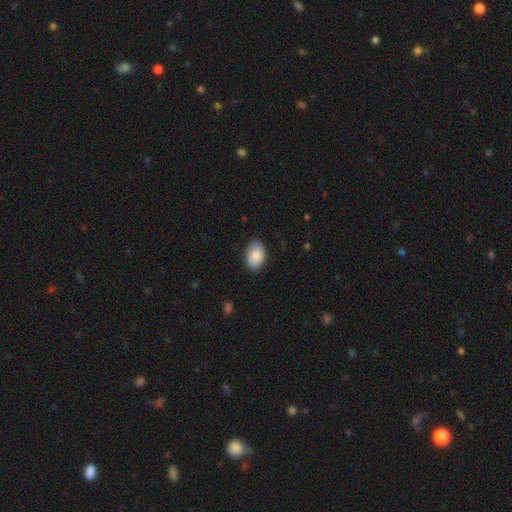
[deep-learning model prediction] The model was most divided on "merging": none: 80%, minor disturbance: 16%, major disturbance: 3%, merger: 1%. More confident: how rounded — in between (90%); smooth or featured — smooth (87%).